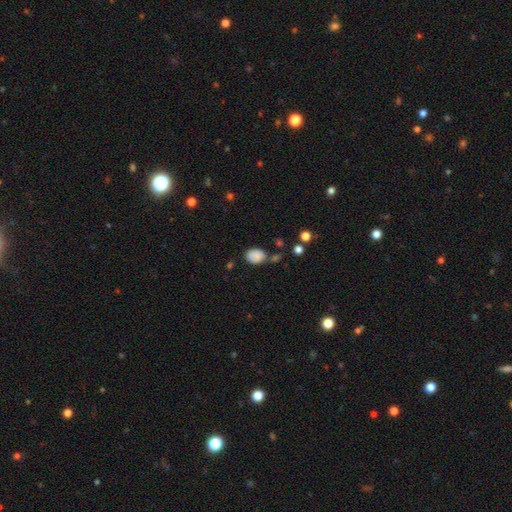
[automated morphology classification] type=smooth (86%); roundness=in between (69%); merging=none (64%).